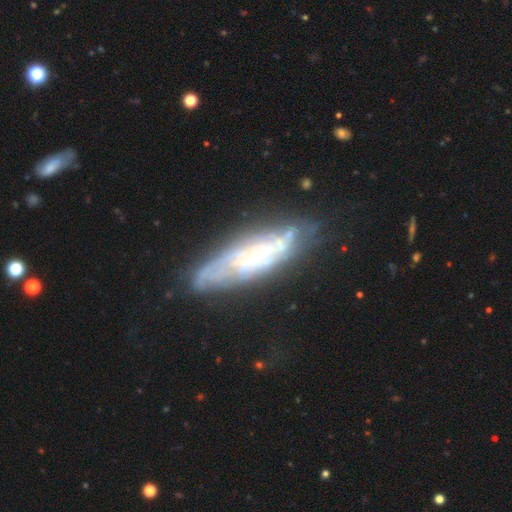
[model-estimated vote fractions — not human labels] Smooth or featured? Predicted: featured or disk (p=0.74). Edge-on disk? Predicted: no (p=0.67). Merging? Predicted: none (p=0.69).